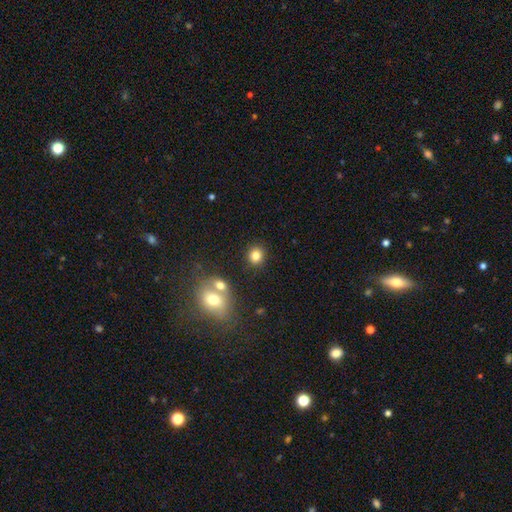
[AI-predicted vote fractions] Smooth or featured? smooth (81%)
How rounded? round (81%)
Merging? none (82%)